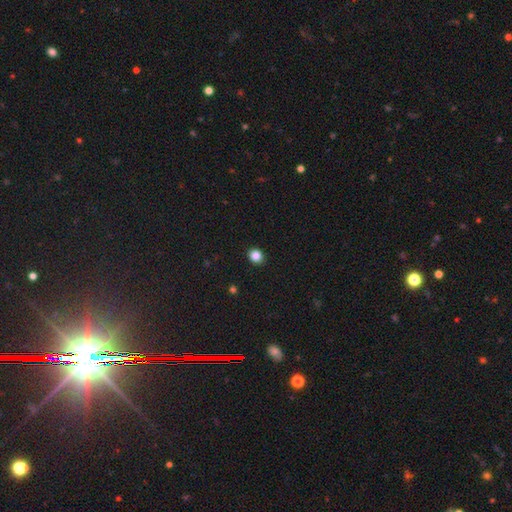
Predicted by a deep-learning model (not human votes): Smooth or featured? Predicted: smooth (p=0.85). How rounded? Predicted: round (p=0.78). Merging? Predicted: none (p=0.92).